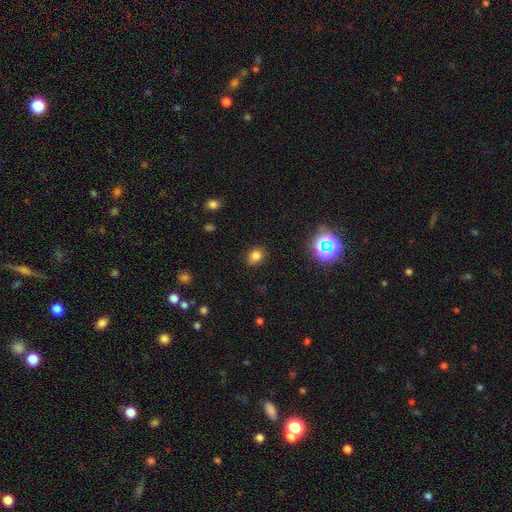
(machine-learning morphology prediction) The model was most divided on "how rounded": in between: 54%, round: 45%, cigar-shaped: 1%. More confident: merging — none (86%); smooth or featured — smooth (78%).